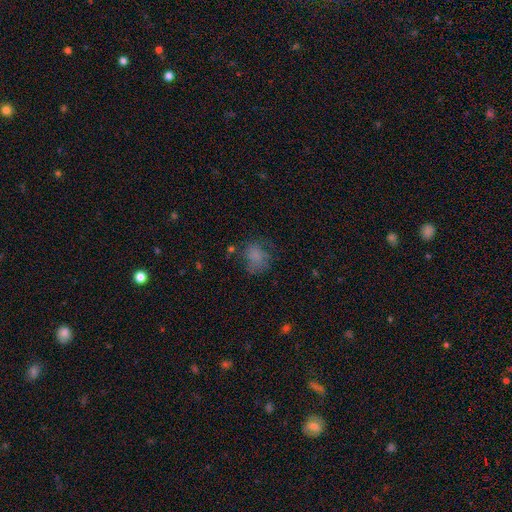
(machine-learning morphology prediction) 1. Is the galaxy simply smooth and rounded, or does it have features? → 71% smooth, 15% featured or disk, 14% star or artifact.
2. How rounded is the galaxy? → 60% round, 38% in between, 1% cigar-shaped.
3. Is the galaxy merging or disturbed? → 54% none, 24% minor disturbance, 19% major disturbance, 3% merger.